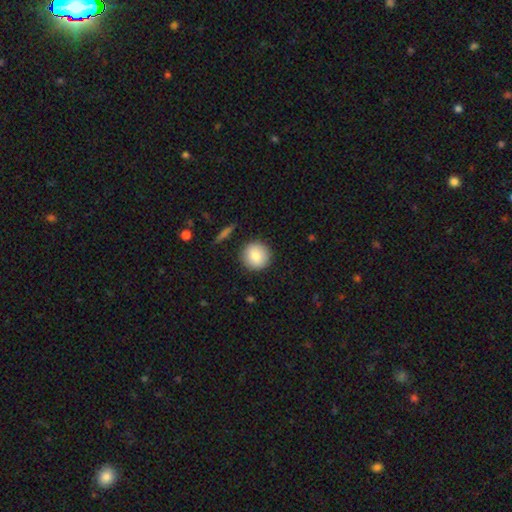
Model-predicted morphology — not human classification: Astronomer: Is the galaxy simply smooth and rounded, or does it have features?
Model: smooth — 84%.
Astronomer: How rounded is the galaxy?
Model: round — 94%.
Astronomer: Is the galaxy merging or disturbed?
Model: none — 89%.